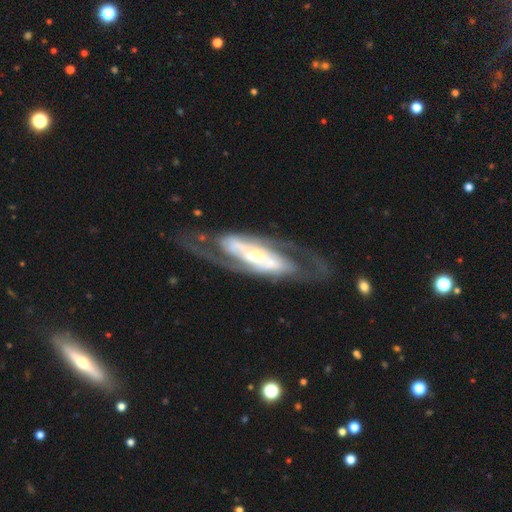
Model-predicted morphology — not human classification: This appears to be a featured or disk galaxy (85%) with no bar (40%), 2 (80%) medium (42%) spiral arms (85%) and a small central bulge (46%). Merging: none (70%).